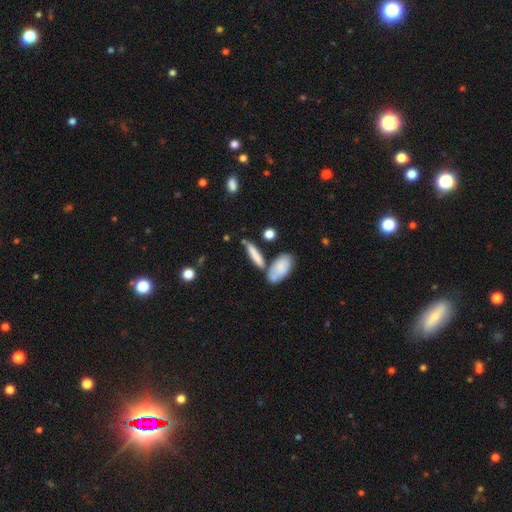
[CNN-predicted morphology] smooth 67%, featured or disk 24%, star or artifact 8%. Down the decision tree: how rounded — cigar-shaped (57%); merging — none (56%).